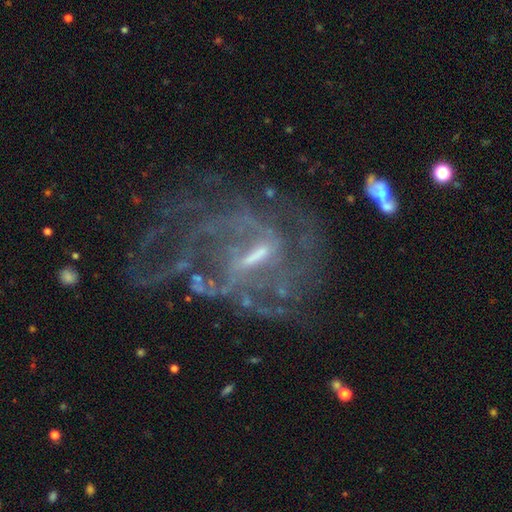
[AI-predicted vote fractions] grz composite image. It shows a featured or disk galaxy (86%) with a weak bar (44%), can't tell (30%, tied with 2) medium (46%) spiral arms (90%) and a small central bulge (41%). Merging: none (52%).